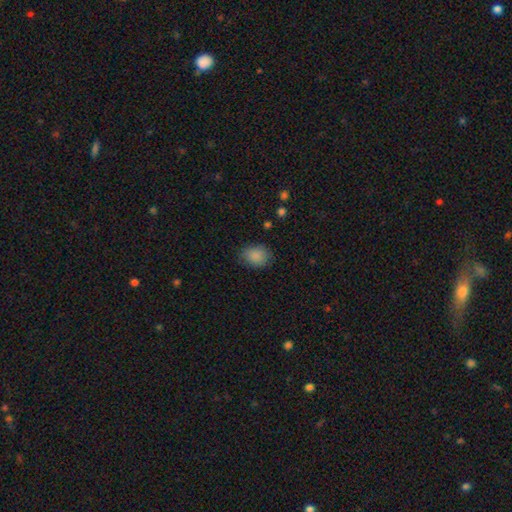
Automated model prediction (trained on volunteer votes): The model was most divided on "how rounded": in between: 56%, round: 43%, cigar-shaped: 1%. More confident: smooth or featured — smooth (87%); merging — none (78%).